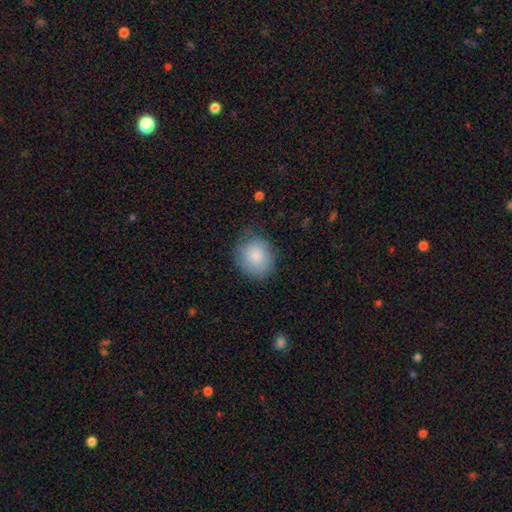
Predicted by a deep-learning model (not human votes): Smooth or featured? Predicted: smooth (p=0.82). How rounded? Predicted: round (p=0.71). Merging? Predicted: none (p=0.70).